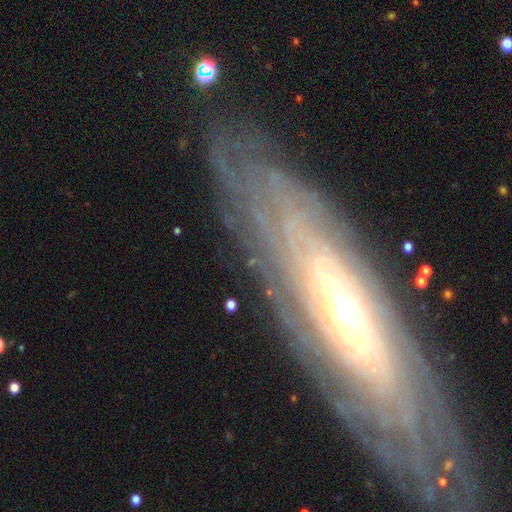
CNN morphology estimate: This appears to be a featured or disk galaxy (80%) with no bar (54%), spiral arms (77%) and a moderate central bulge (55%). Merging: none (70%).